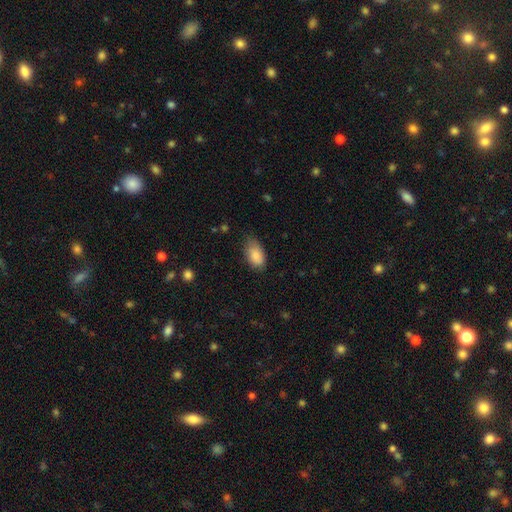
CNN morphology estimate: type=smooth (87%); roundness=in between (93%); merging=none (62%).